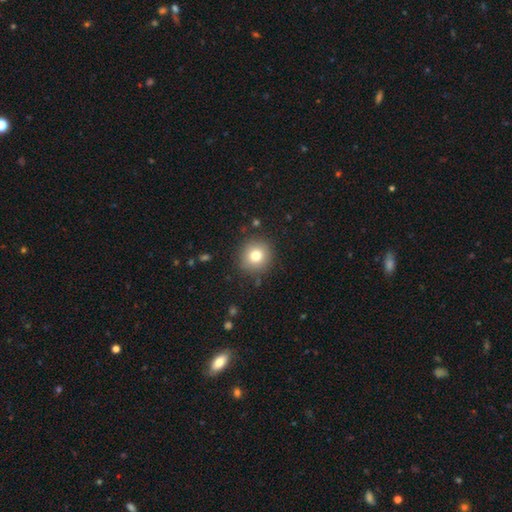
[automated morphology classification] The model was most divided on "smooth or featured": smooth: 77%, star or artifact: 12%, featured or disk: 11%. More confident: how rounded — round (92%); merging — none (88%).